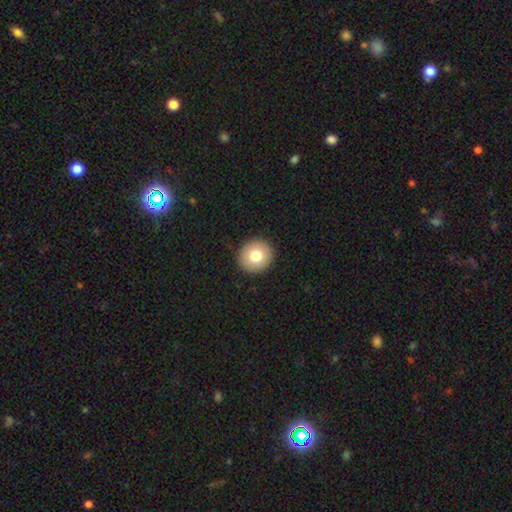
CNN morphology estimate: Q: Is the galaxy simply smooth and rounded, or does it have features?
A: smooth — 77%.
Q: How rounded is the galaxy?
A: round — 92%.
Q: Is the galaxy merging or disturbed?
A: none — 92%.